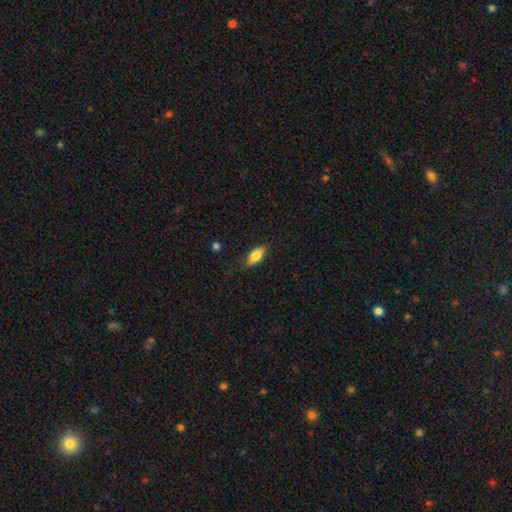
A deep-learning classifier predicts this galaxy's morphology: This appears to be a smooth galaxy with no disk features (71%) that is in between round and cigar-shaped (76%). Merging: none (83%).